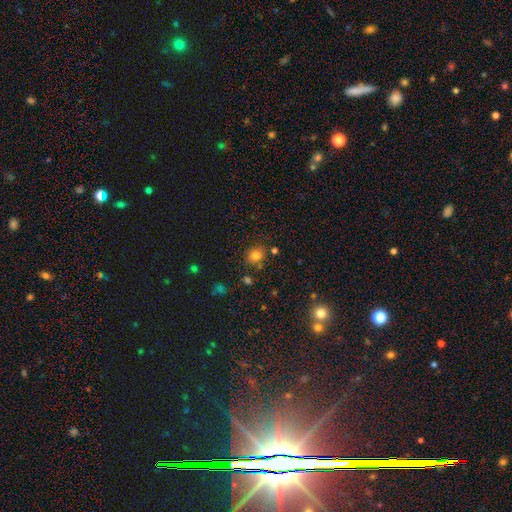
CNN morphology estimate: smooth-or-featured: smooth: 80% | star or artifact: 14% | featured or disk: 6%
  how-rounded: round: 71% | in between: 28% | cigar-shaped: 1%
  merging: none: 80% | minor disturbance: 11% | merger: 5% | major disturbance: 3%